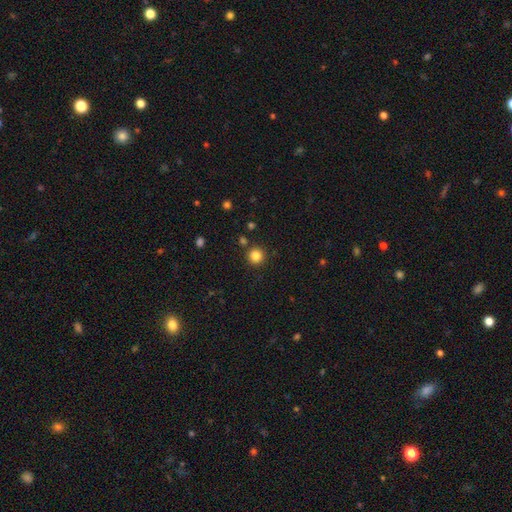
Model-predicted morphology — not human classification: Smooth or featured? Predicted: smooth (p=0.84). How rounded? Predicted: round (p=0.95). Merging? Predicted: none (p=0.88).